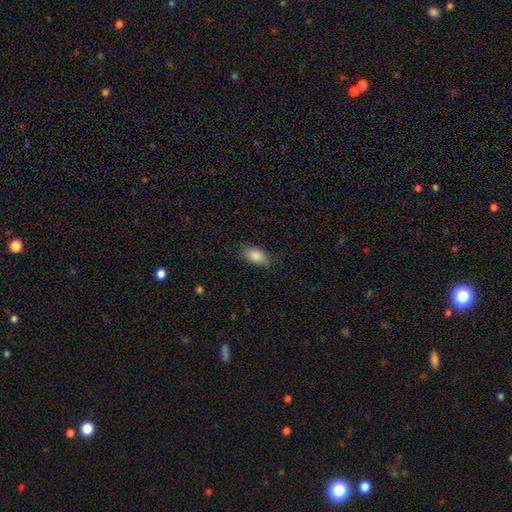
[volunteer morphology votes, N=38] Q: Smooth or featured?
A: smooth (89%); runner-up: featured or disk (5%)
Q: How rounded?
A: in between (88%); runner-up: round (6%)
Q: Merging?
A: none (83%); runner-up: minor disturbance (11%)